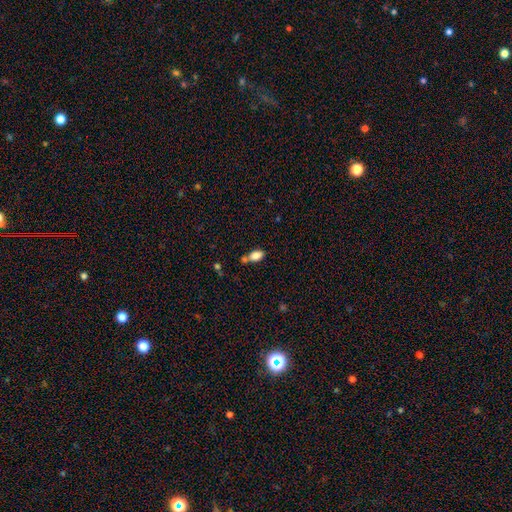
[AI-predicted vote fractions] Smooth or featured: smooth — 84% (star or artifact — 9%)
How rounded: in between — 90% (round — 7%)
Merging: none — 54% (merger — 25%)